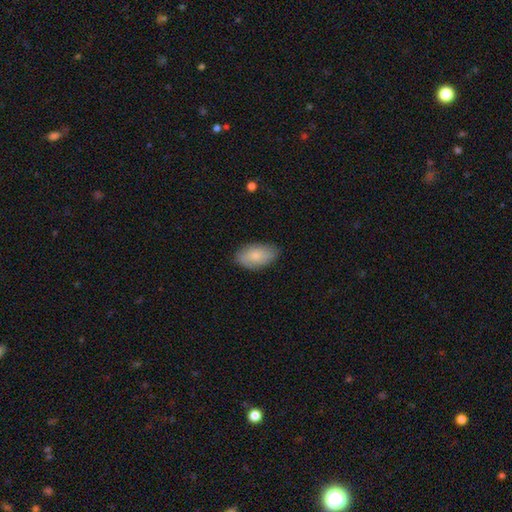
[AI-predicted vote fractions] smooth 75%, featured or disk 19%, star or artifact 6%. Down the decision tree: how rounded — in between (94%); merging — none (81%).